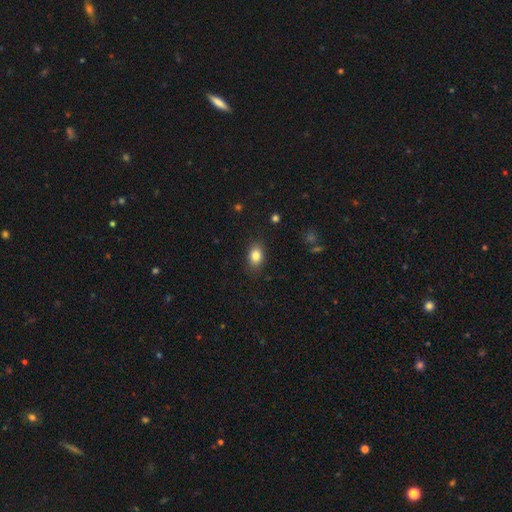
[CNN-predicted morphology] A smooth galaxy with no disk features (83%) that is in between round and cigar-shaped (75%). Merging: none (85%).